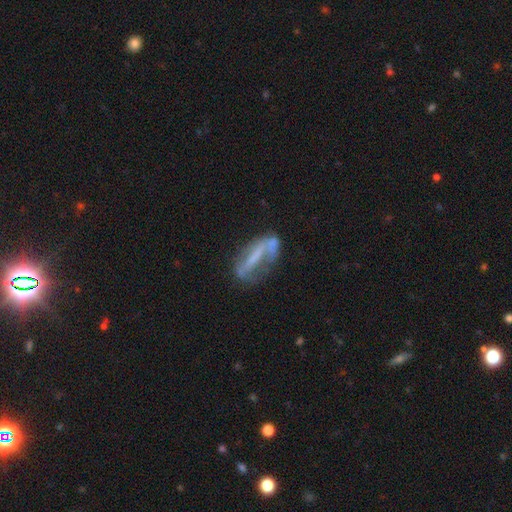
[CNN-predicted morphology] Smooth or featured? Predicted: featured or disk (p=0.61). Edge-on disk? Predicted: no (p=0.80). Merging? Predicted: none (p=0.42).